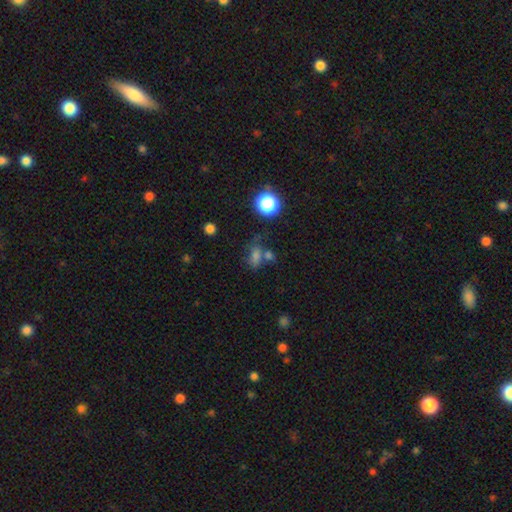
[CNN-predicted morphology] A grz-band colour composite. It shows a smooth galaxy with no disk features (67%) that is in between round and cigar-shaped (68%). Merging: none (48%).